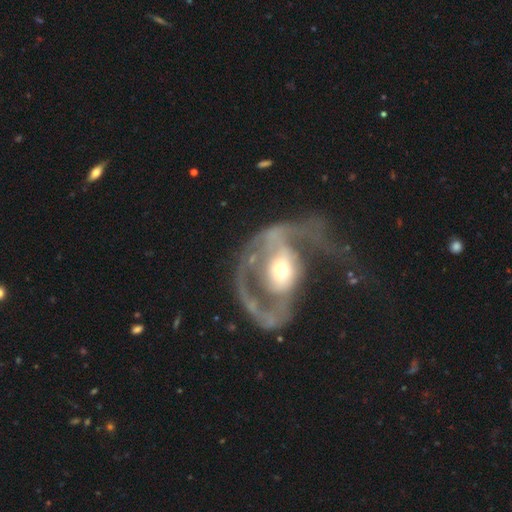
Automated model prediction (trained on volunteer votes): A featured or disk galaxy (84%) with no bar (39%), 2 (53%) medium (42%) spiral arms (73%) and a moderate central bulge (63%).

Vote fractions:
- Smooth or featured? featured or disk: 84% / smooth: 10% / star or artifact: 6%
- Edge-on disk? no: 95% / yes: 5%
- Bar? no: 39% / strong: 32% / weak: 29%
- Spiral arms? yes: 73% / no: 27%
- Spiral winding? medium: 42% / loose: 31% / tight: 27%
- Spiral arm count? 2: 53% / 1: 27% / can't tell: 12% / 3: 3% / 4: 2% / more than 4: 2%
- Bulge size? moderate: 63% / small: 22% / large: 11% / dominant: 2% / none: 2%
- Merging? major disturbance: 50% / none: 28% / minor disturbance: 15% / merger: 7%